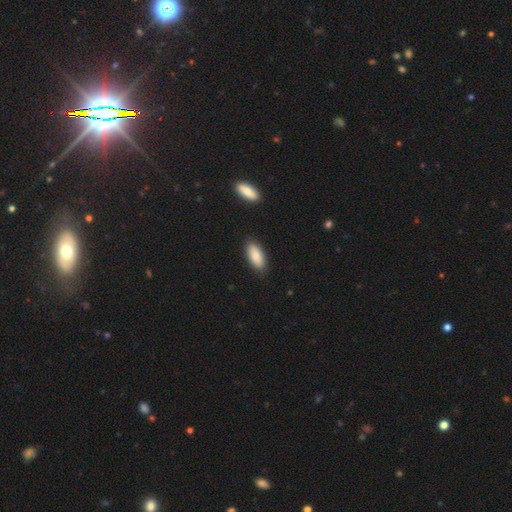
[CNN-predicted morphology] A smooth galaxy with no disk features (88%) that is in between round and cigar-shaped (85%). Merging: none (87%).